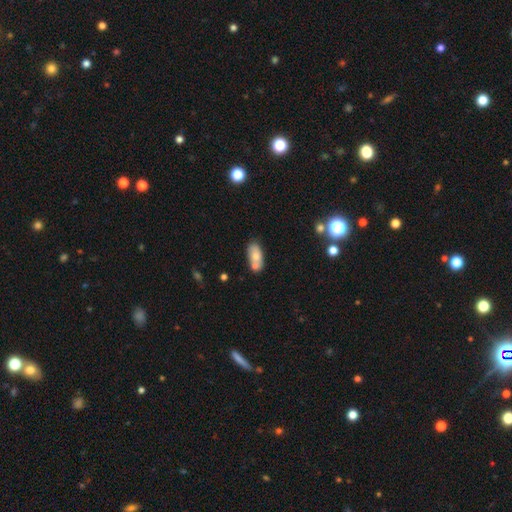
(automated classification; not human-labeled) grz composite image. It shows a smooth galaxy with no disk features (72%) that is in between round and cigar-shaped (89%). Merging: none (48%).